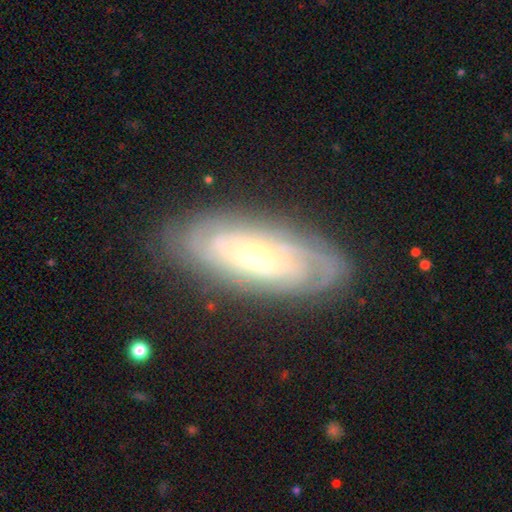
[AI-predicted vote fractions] Smooth or featured? featured or disk (76%)
Edge-on disk? no (86%)
Bar? no (63%)
Spiral arms? yes (88%)
Spiral winding? tight (80%)
Spiral arm count? can't tell (58%)
Bulge size? small (58%)
Merging? none (82%)